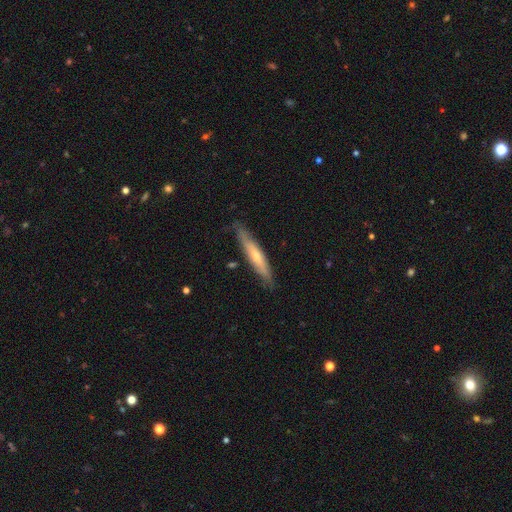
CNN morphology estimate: This is possibly a featured or disk galaxy (52%). It is clearly viewed edge-on (81%). Merging: clearly none (82%).